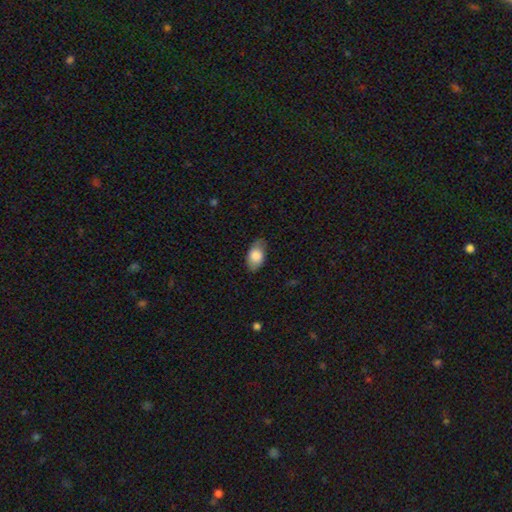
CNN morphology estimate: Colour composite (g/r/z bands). It shows a smooth galaxy with no disk features (82%) that is in between round and cigar-shaped (92%). Merging: none (76%).